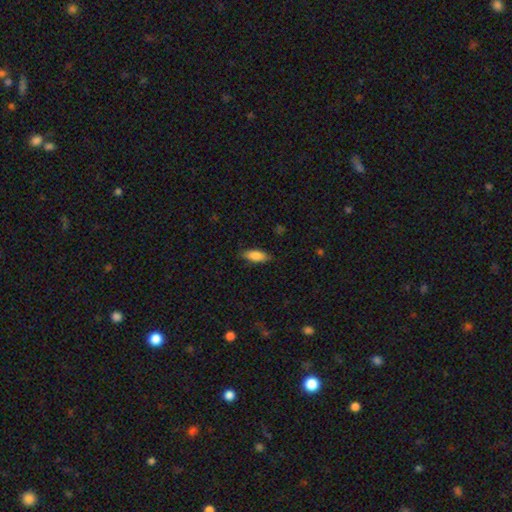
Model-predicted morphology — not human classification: type=smooth (82%); roundness=in between (71%); merging=none (83%).